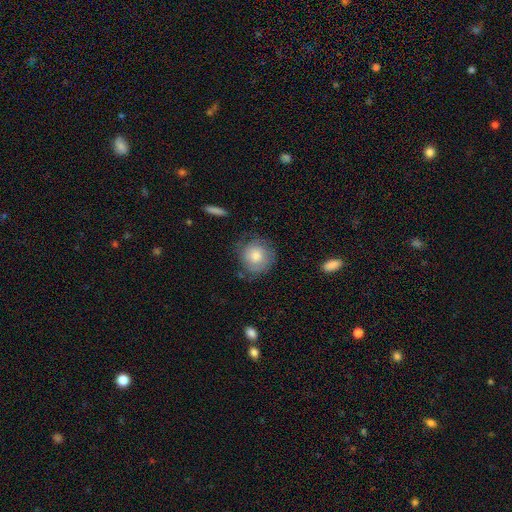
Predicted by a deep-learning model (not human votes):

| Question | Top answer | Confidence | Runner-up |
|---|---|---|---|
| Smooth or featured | smooth | 58% | featured or disk (34%) |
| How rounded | round | 89% | in between (10%) |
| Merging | none | 69% | minor disturbance (21%) |